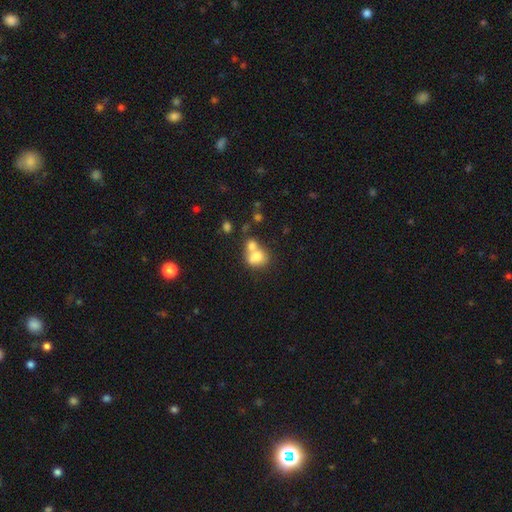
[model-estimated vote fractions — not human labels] Smooth or featured: smooth — 72% (featured or disk — 18%)
How rounded: round — 58% (in between — 41%)
Merging: merger — 60% (none — 27%)